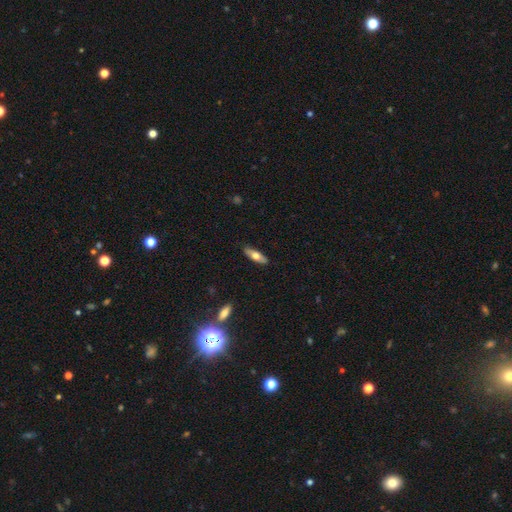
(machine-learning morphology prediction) A smooth galaxy with no disk features (59%) that is in between round and cigar-shaped (50%).

Vote fractions:
- Smooth or featured? smooth: 59% / featured or disk: 35% / star or artifact: 6%
- How rounded? in between: 50% / cigar-shaped: 48% / round: 2%
- Merging? none: 89% / minor disturbance: 8% / major disturbance: 2% / merger: 1%